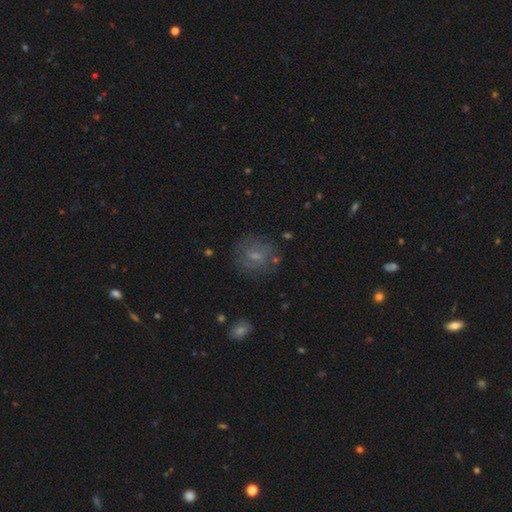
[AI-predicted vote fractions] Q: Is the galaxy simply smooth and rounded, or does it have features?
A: smooth — 47%.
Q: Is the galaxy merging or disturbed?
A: none — 73%.